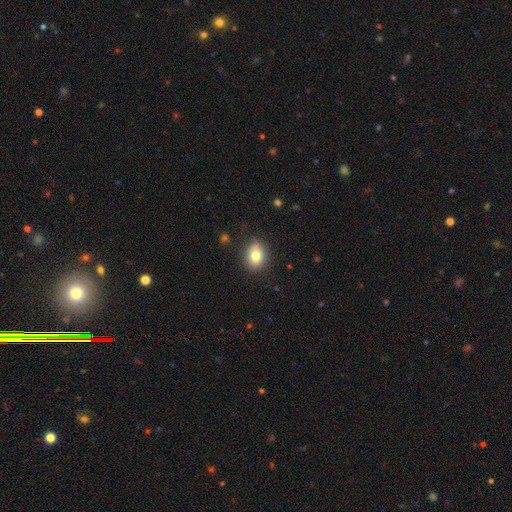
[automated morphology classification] smooth 78%, featured or disk 12%, star or artifact 10%. Down the decision tree: how rounded — round (51%); merging — none (83%).